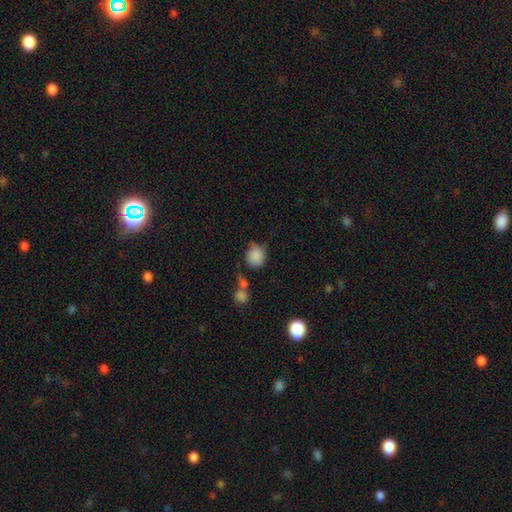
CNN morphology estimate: Smooth or featured? smooth (85%)
How rounded? round (77%)
Merging? none (56%)